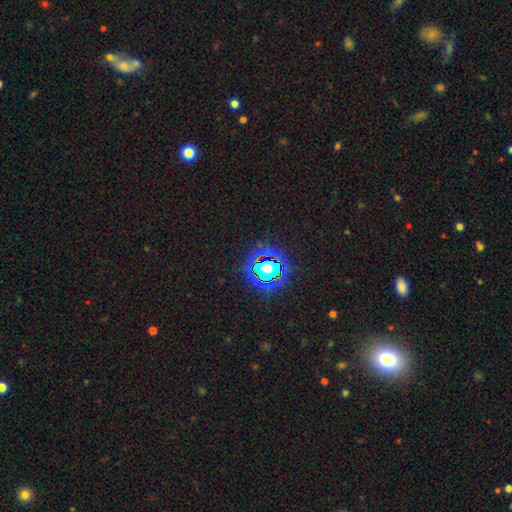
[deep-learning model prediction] Smooth or featured?
  - star or artifact: 78% *
  - smooth: 14%
  - featured or disk: 7%